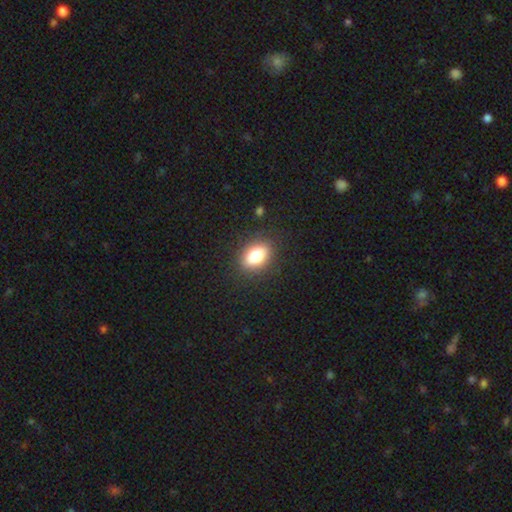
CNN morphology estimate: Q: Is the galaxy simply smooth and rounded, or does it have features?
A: smooth — 79%.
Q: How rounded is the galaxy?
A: in between — 83%.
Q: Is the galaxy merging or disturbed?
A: none — 86%.